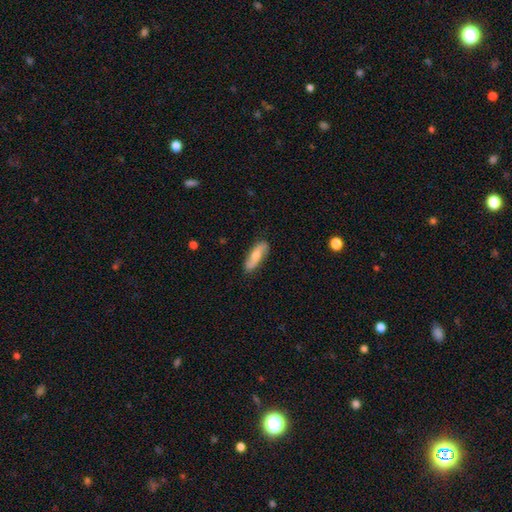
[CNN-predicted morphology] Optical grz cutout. It shows a smooth galaxy with no disk features (49%). Merging: none (83%).